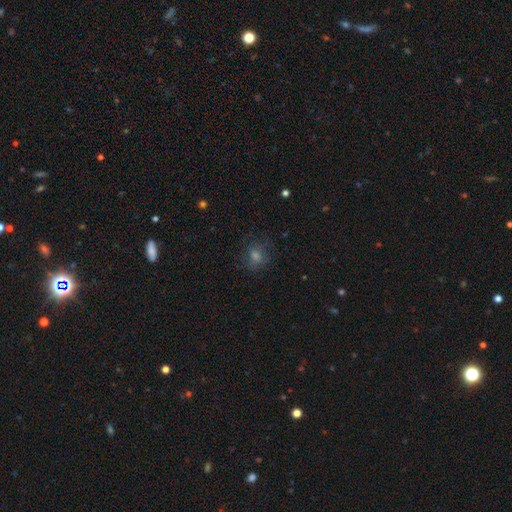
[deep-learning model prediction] Smooth or featured?
  - smooth: 56% *
  - star or artifact: 27%
  - featured or disk: 18%
How rounded?
  - round: 78% *
  - in between: 21%
  - cigar-shaped: 1%
Merging?
  - none: 79% *
  - minor disturbance: 13%
  - major disturbance: 7%
  - merger: 1%